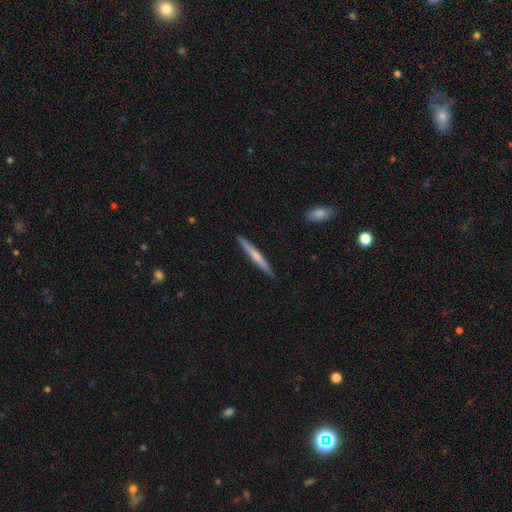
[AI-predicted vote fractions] A smooth galaxy with no disk features (54%) that is cigar-shaped (96%).

Vote fractions:
- Smooth or featured? smooth: 54% / featured or disk: 41% / star or artifact: 5%
- How rounded? cigar-shaped: 96% / in between: 2% / round: 1%
- Merging? none: 90% / minor disturbance: 7% / major disturbance: 1% / merger: 1%